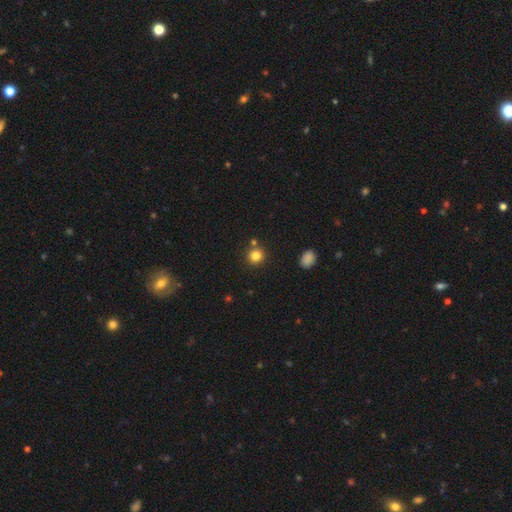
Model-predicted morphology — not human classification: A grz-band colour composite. It shows a smooth galaxy with no disk features (82%) that is round (91%). Merging: none (81%).